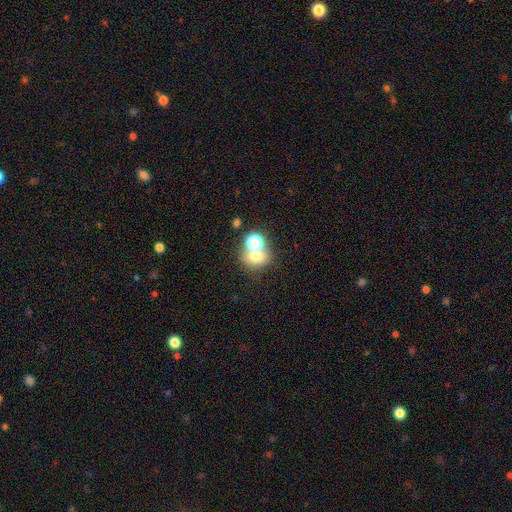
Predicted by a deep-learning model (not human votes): Q: Smooth or featured?
A: smooth (68%); runner-up: star or artifact (18%)
Q: How rounded?
A: round (66%); runner-up: in between (33%)
Q: Merging?
A: merger (44%); runner-up: none (43%)